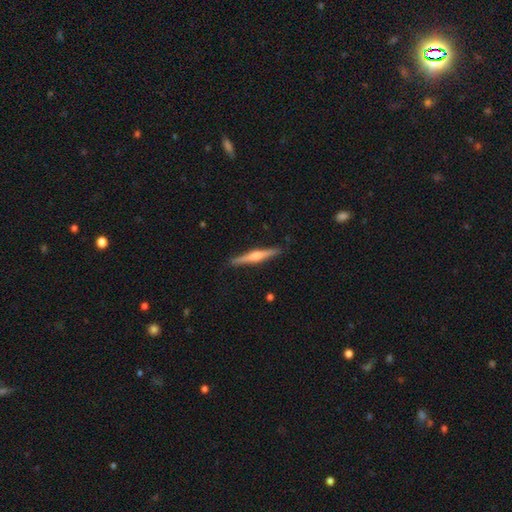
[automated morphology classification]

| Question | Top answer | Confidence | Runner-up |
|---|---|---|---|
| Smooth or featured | featured or disk | 72% | smooth (23%) |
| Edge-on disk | yes | 98% | no (2%) |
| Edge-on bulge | rounded | 83% | boxy (10%) |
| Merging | none | 91% | minor disturbance (7%) |